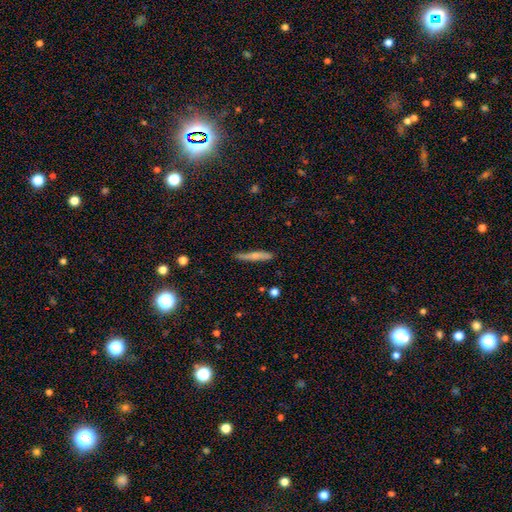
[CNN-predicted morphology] The model was most divided on "smooth or featured": smooth: 54%, featured or disk: 39%, star or artifact: 7%. More confident: how rounded — cigar-shaped (93%); merging — none (81%).